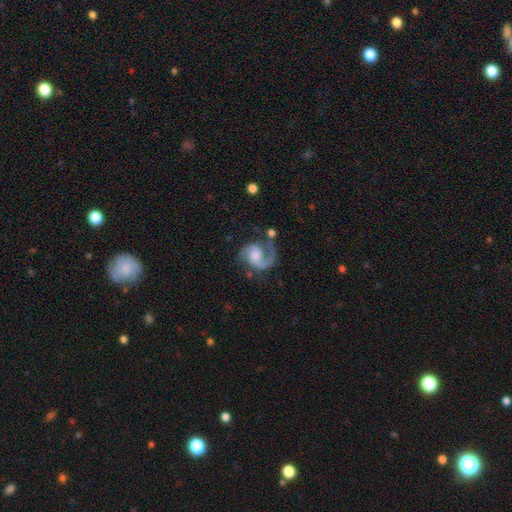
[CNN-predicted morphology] This appears to be a featured or disk galaxy (87%) with no bar (59%), 2 (66%) medium (52%) spiral arms (97%) and a moderate central bulge (34%). Merging: none (54%).